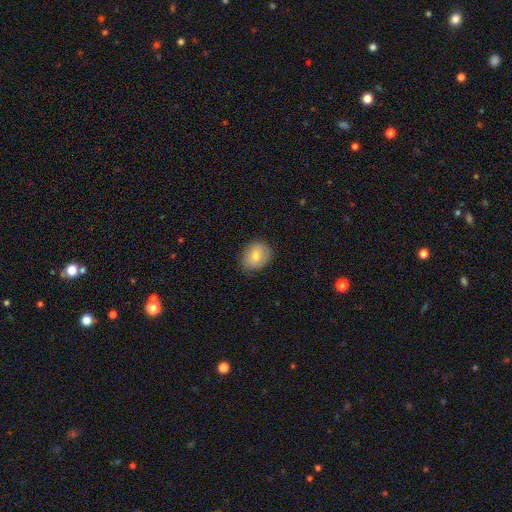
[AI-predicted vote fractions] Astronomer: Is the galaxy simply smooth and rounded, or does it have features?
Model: smooth — 74%.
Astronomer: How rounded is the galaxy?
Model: round — 50% (runner-up: in between, 49%).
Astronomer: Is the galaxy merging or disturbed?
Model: none — 82%.